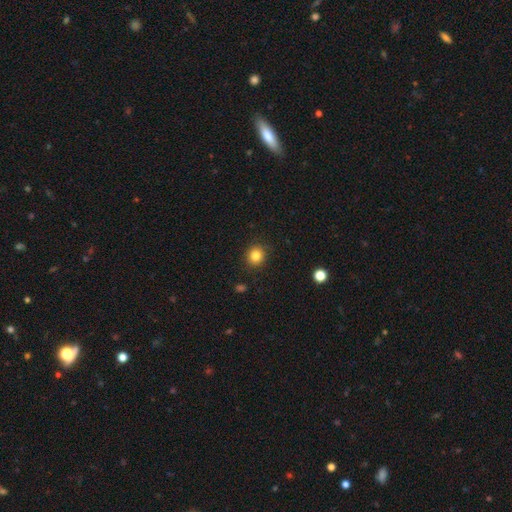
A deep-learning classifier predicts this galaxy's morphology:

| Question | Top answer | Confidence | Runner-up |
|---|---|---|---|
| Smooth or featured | smooth | 83% | star or artifact (11%) |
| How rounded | round | 87% | in between (12%) |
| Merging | none | 90% | minor disturbance (6%) |